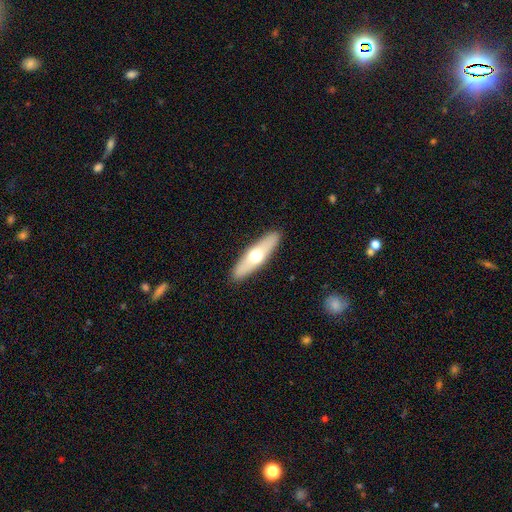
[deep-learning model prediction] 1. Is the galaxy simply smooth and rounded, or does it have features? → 50% smooth, 45% featured or disk, 5% star or artifact.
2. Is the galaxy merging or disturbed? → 91% none, 7% minor disturbance, 2% major disturbance, 1% merger.